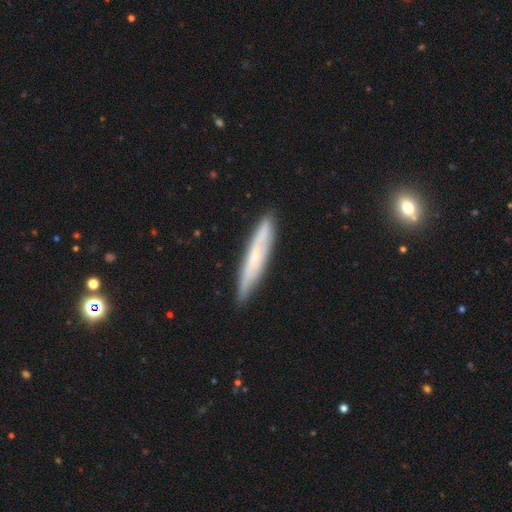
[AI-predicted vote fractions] A featured or disk galaxy (46%, tied with smooth). Merging: none (85%).